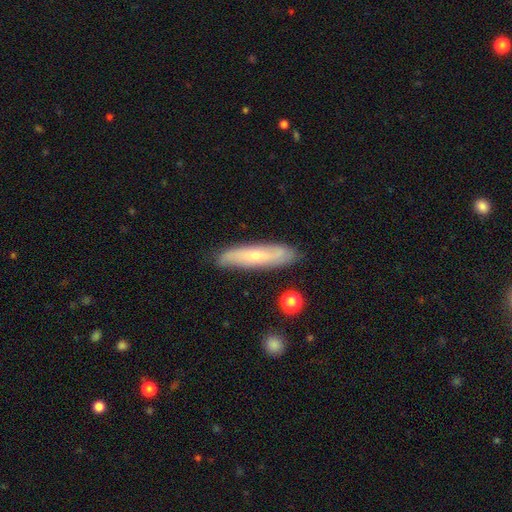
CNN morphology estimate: featured or disk 49%, smooth 45%, star or artifact 7%. Down the decision tree: merging — none (83%).